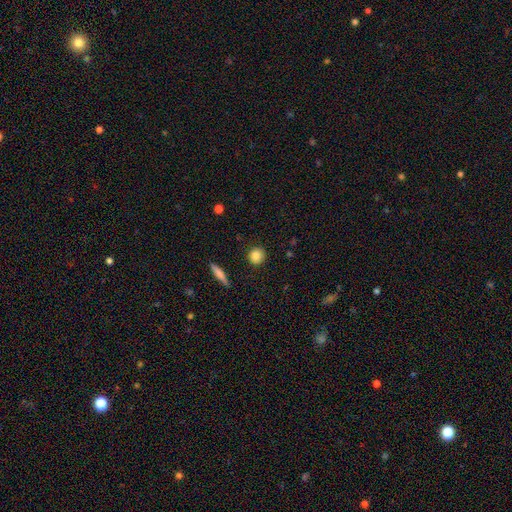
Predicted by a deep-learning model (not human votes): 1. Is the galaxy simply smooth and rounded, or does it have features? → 84% smooth, 9% star or artifact, 7% featured or disk.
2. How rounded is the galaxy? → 89% round, 9% in between, 2% cigar-shaped.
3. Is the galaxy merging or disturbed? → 90% none, 6% minor disturbance, 2% major disturbance, 1% merger.